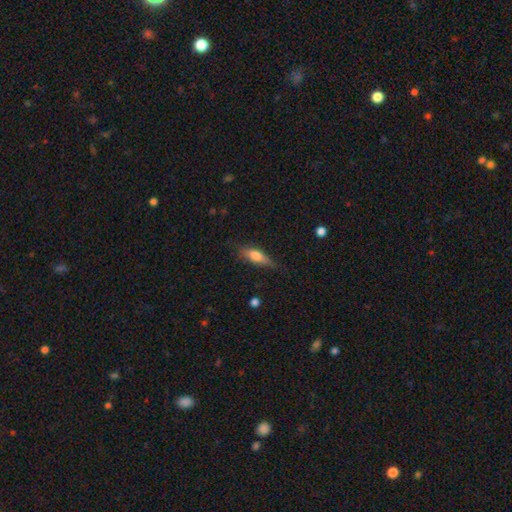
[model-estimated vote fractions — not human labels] smooth-or-featured: smooth: 69% | featured or disk: 23% | star or artifact: 7%
  how-rounded: in between: 58% | cigar-shaped: 39% | round: 3%
  merging: none: 65% | minor disturbance: 27% | major disturbance: 7% | merger: 2%